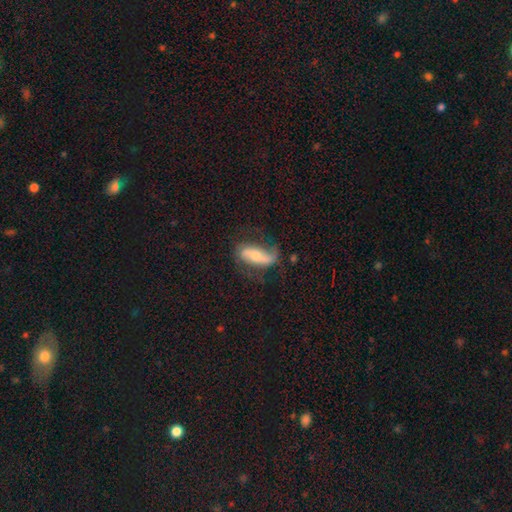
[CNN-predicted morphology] type=featured or disk (62%); edge-on=no (86%); bar=strong (37%); spiral arms=yes (85%); bulge=moderate (52%); merging=none (63%).